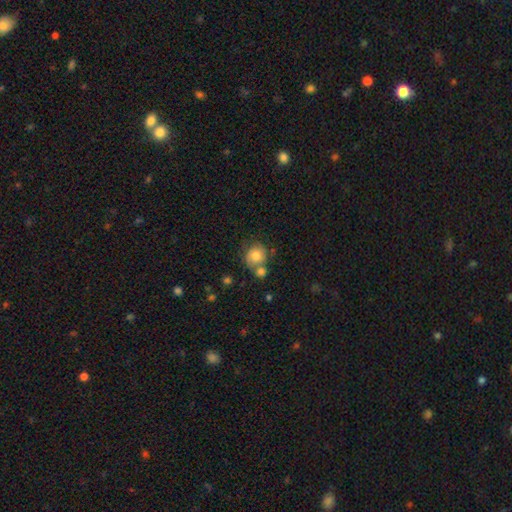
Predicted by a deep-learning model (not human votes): Smooth or featured: smooth — 76% (featured or disk — 15%)
How rounded: round — 82% (in between — 17%)
Merging: none — 50% (merger — 28%)